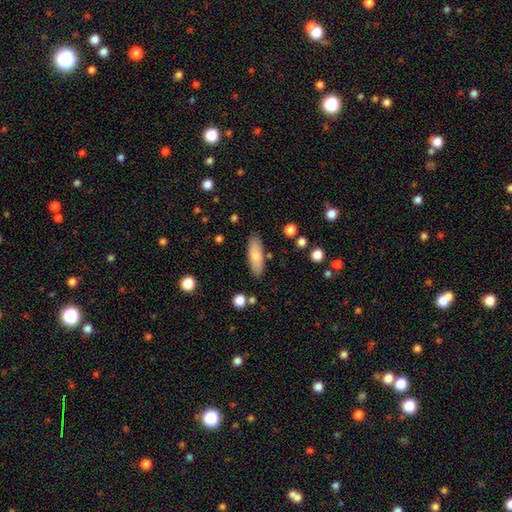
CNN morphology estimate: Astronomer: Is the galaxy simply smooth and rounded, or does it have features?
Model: smooth — 75%.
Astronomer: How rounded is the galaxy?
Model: in between — 58% (runner-up: cigar-shaped, 40%).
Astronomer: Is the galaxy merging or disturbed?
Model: none — 84%.